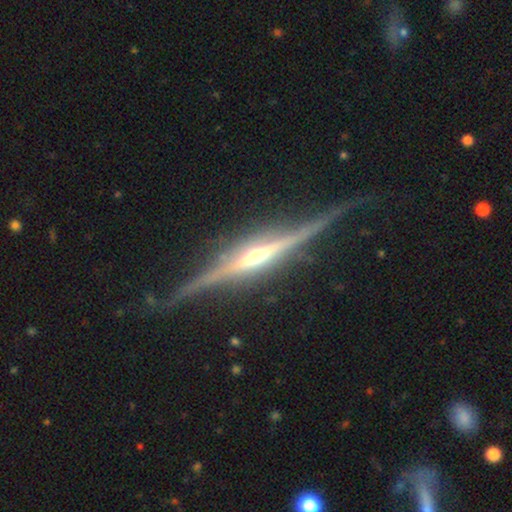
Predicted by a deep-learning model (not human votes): Q: Smooth or featured?
A: featured or disk (90%); runner-up: smooth (5%)
Q: Edge-on disk?
A: yes (98%); runner-up: no (2%)
Q: Edge-on bulge?
A: rounded (78%); runner-up: boxy (12%)
Q: Merging?
A: none (82%); runner-up: minor disturbance (13%)